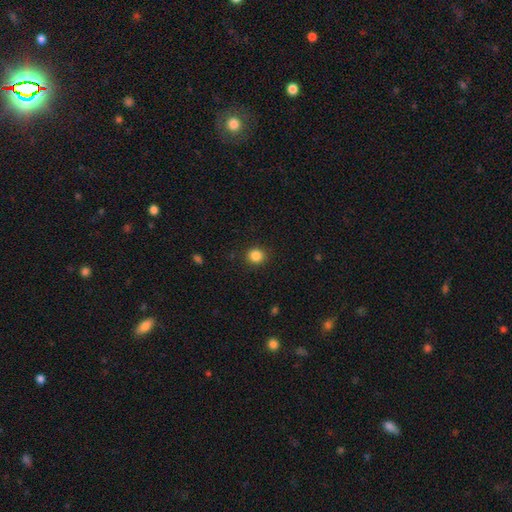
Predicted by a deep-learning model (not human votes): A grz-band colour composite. It shows a smooth galaxy with no disk features (85%) that is round (87%). Merging: none (90%).